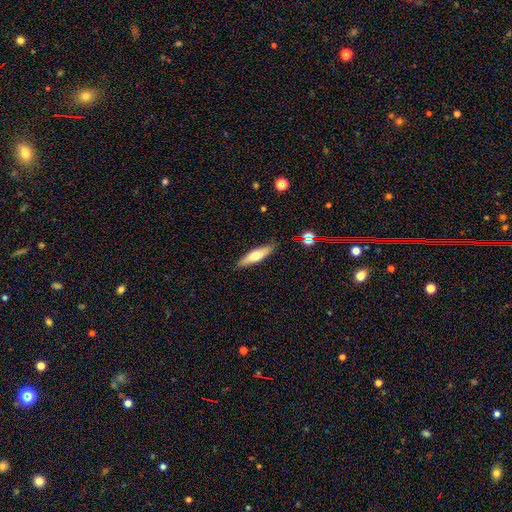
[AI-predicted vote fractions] Smooth or featured: smooth — 57% (featured or disk — 36%)
How rounded: cigar-shaped — 72% (in between — 26%)
Merging: none — 87% (minor disturbance — 9%)